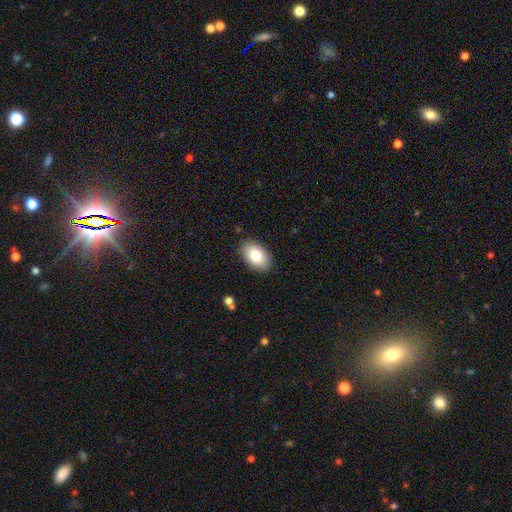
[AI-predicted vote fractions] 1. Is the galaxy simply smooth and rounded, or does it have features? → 81% smooth, 11% featured or disk, 7% star or artifact.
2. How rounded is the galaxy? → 91% in between, 8% round, 1% cigar-shaped.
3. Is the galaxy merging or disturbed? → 87% none, 9% minor disturbance, 2% major disturbance, 1% merger.